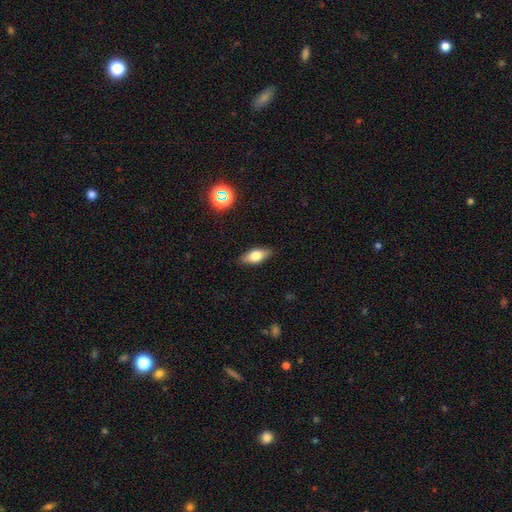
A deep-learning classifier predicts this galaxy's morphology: type=smooth (67%); roundness=in between (80%); merging=none (86%).